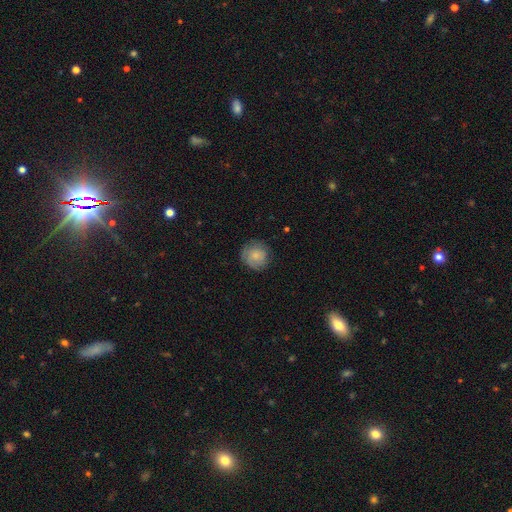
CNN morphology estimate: A smooth galaxy with no disk features (74%) that is round (91%). Merging: none (78%).